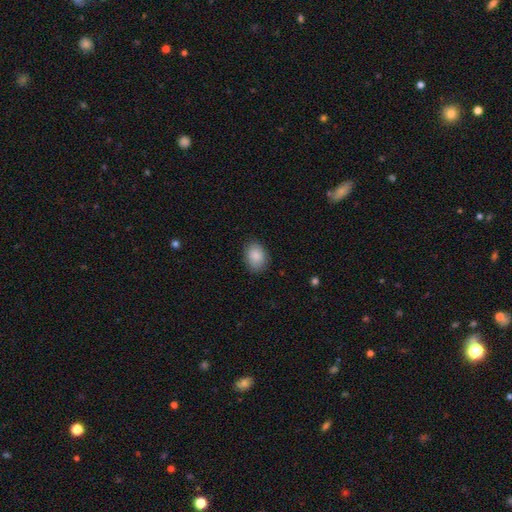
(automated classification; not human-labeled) This is clearly a smooth galaxy (87%). How rounded: likely in between (73%). Merging: clearly none (84%).